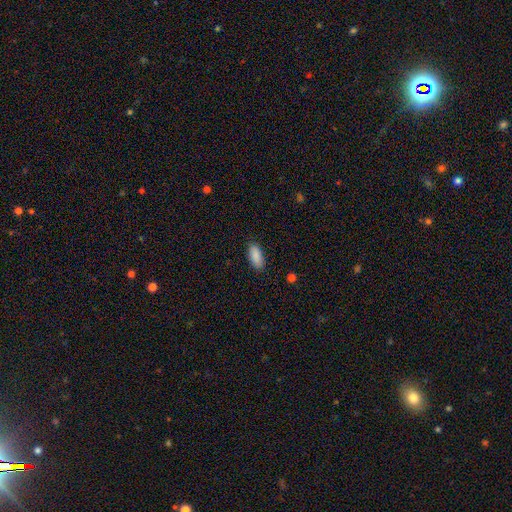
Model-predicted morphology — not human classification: smooth 90%, star or artifact 6%, featured or disk 4%. Down the decision tree: how rounded — in between (85%); merging — none (87%).